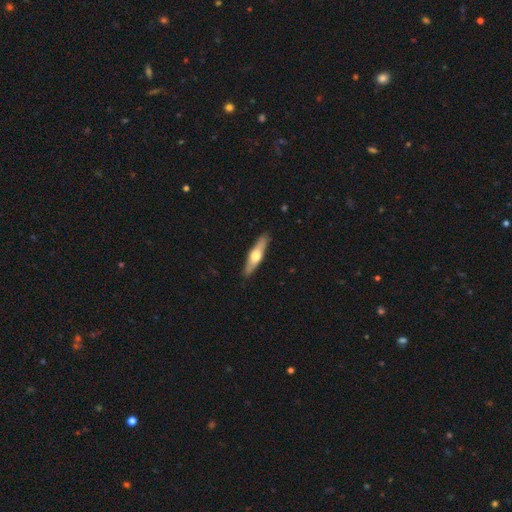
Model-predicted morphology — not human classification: The model was most divided on "smooth or featured": featured or disk: 48%, smooth: 47%, star or artifact: 5%. More confident: merging — none (89%).